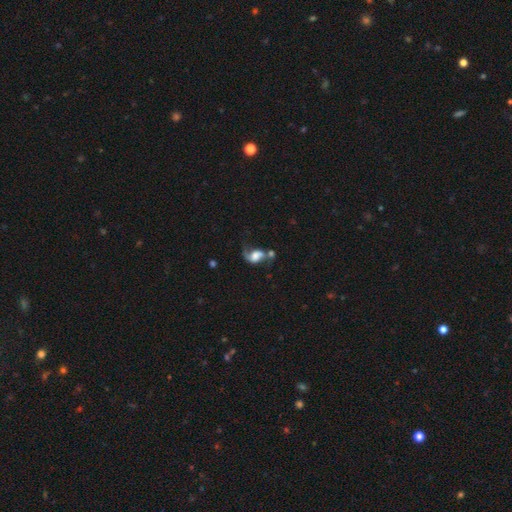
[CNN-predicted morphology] featured or disk 56%, smooth 34%, star or artifact 10%. Down the decision tree: edge-on disk — no (97%); bar — no (62%); spiral arms — yes (84%); bulge size — large (36%); merging — merger (29%).